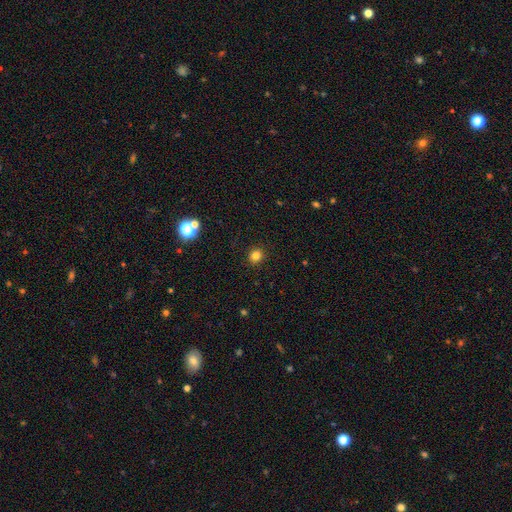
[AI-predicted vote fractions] Smooth or featured?
  - smooth: 81% *
  - star or artifact: 14%
  - featured or disk: 5%
How rounded?
  - round: 88% *
  - in between: 11%
  - cigar-shaped: 1%
Merging?
  - none: 92% *
  - minor disturbance: 5%
  - major disturbance: 2%
  - merger: 1%